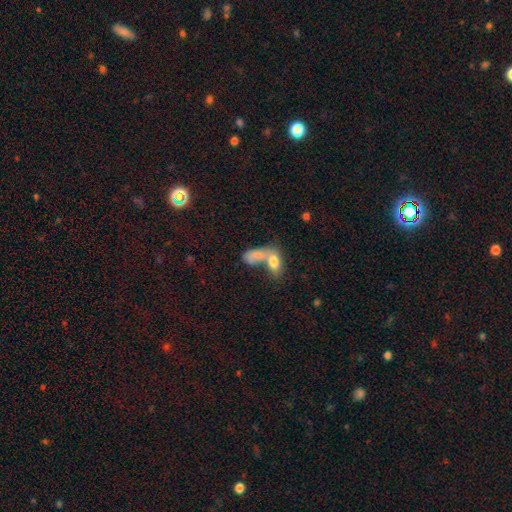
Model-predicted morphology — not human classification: Overall: smooth (76%). How rounded: in between (85%). Merging: merger (68%).